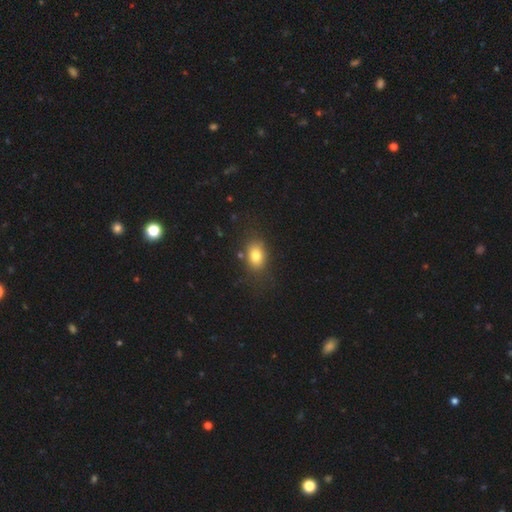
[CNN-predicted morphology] This appears to be a smooth galaxy with no disk features (79%) that is in between round and cigar-shaped (72%). Merging: none (76%).